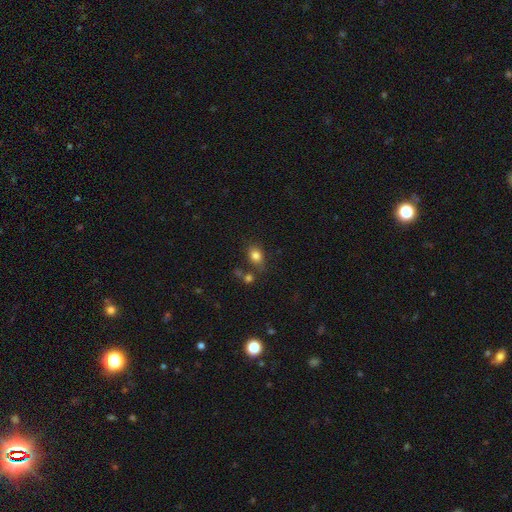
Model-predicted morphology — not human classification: Q: Smooth or featured?
A: smooth (82%); runner-up: star or artifact (11%)
Q: How rounded?
A: in between (66%); runner-up: round (33%)
Q: Merging?
A: none (70%); runner-up: minor disturbance (15%)